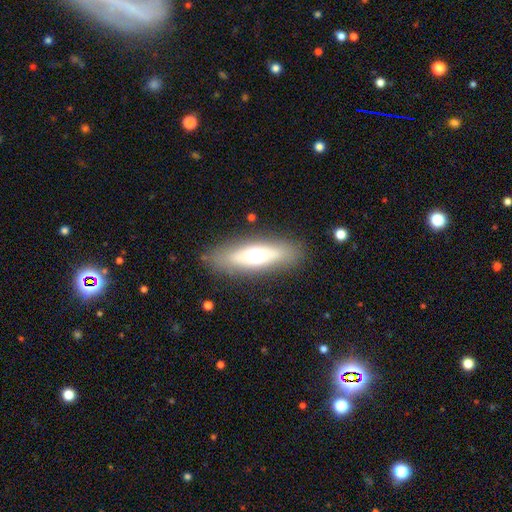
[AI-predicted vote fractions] This appears to be a smooth galaxy with no disk features (50%). Merging: none (85%).